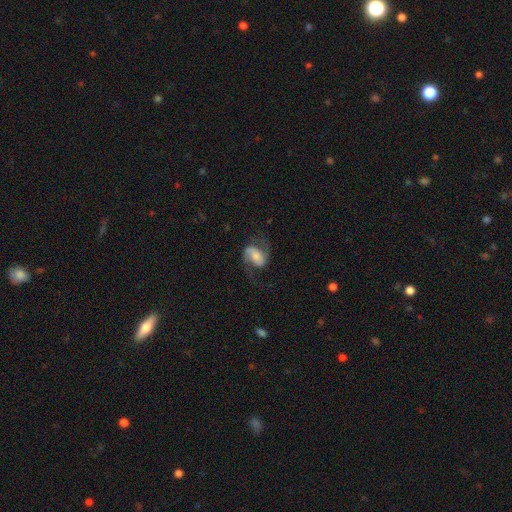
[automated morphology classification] smooth-or-featured: featured or disk: 75% | smooth: 18% | star or artifact: 7%
  disk-edge-on: no: 97% | yes: 3%
    bar: no: 46% | weak: 36% | strong: 18%
    has-spiral-arms: yes: 94% | no: 6%
      spiral-winding: loose: 46% | medium: 42% | tight: 11%
      spiral-arm-count: 2: 88% | 1: 6% | can't tell: 3% | 3: 1% | 4: 1% | more than 4: 1%
    bulge-size: moderate: 37% | small: 34% | large: 15% | none: 10% | dominant: 4%
  merging: none: 61% | major disturbance: 20% | minor disturbance: 18% | merger: 2%